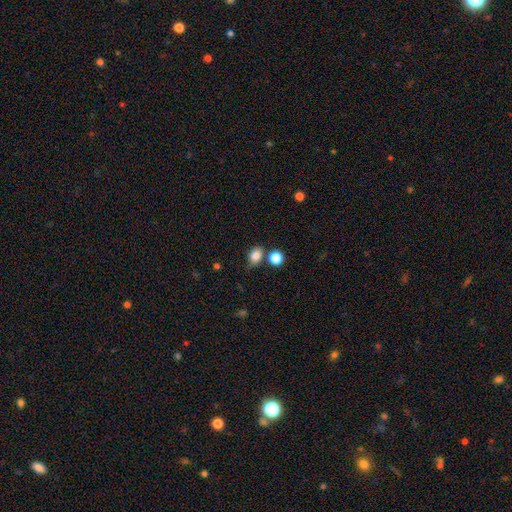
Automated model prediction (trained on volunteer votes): This appears to be a smooth galaxy with no disk features (83%) that is in between round and cigar-shaped (59%). Merging: none (66%).